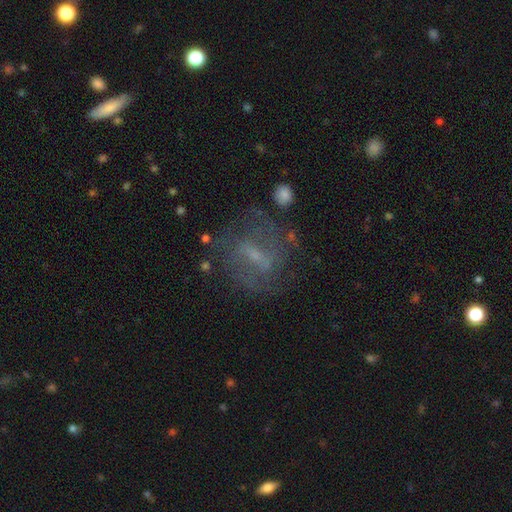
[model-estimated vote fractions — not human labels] Smooth or featured: featured or disk — 63% (smooth — 24%)
Edge-on disk: no — 91% (yes — 9%)
Bar: weak — 46% (strong — 33%)
Spiral arms: yes — 64% (no — 36%)
Bulge size: small — 51% (moderate — 24%)
Merging: none — 66% (minor disturbance — 17%)